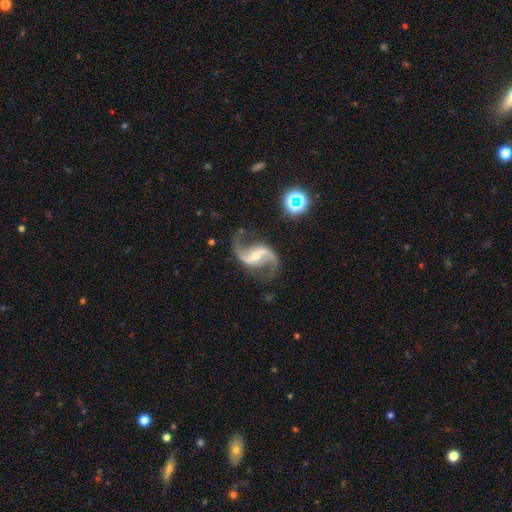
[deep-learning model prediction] Smooth or featured? Predicted: featured or disk (p=0.92). Edge-on disk? Predicted: no (p=0.98). Bar? Predicted: strong (p=0.41). Spiral arms? Predicted: yes (p=0.98). Spiral winding? Predicted: loose (p=0.77). Spiral arm count? Predicted: 2 (p=0.94). Bulge size? Predicted: small (p=0.62). Merging? Predicted: none (p=0.81).